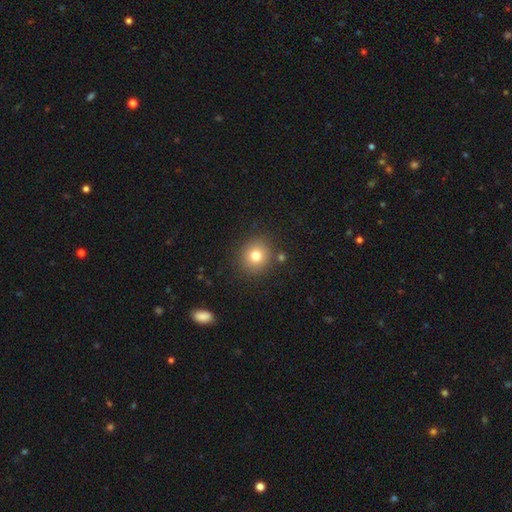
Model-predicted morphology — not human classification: This is likely a smooth galaxy (77%). How rounded: clearly round (89%). Merging: clearly none (86%).